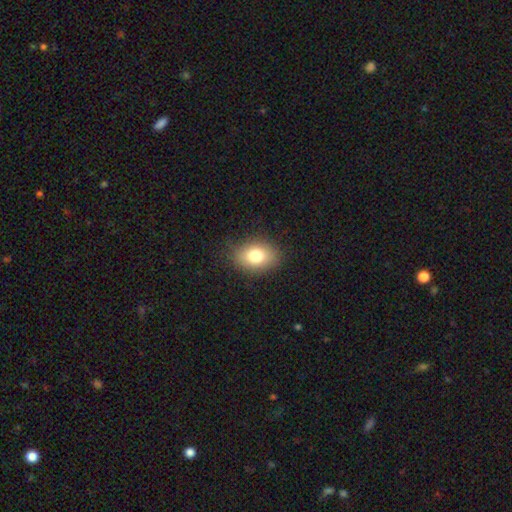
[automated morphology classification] Q: Smooth or featured?
A: smooth (79%); runner-up: featured or disk (11%)
Q: How rounded?
A: in between (77%); runner-up: round (22%)
Q: Merging?
A: none (83%); runner-up: minor disturbance (12%)